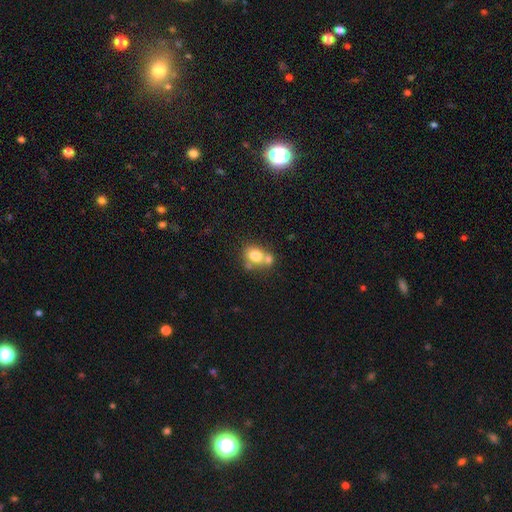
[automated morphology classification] A smooth galaxy with no disk features (75%) that is round (53%).

Vote fractions:
- Smooth or featured? smooth: 75% / featured or disk: 15% / star or artifact: 10%
- How rounded? round: 53% / in between: 46% / cigar-shaped: 1%
- Merging? merger: 44% / none: 41% / minor disturbance: 11% / major disturbance: 4%